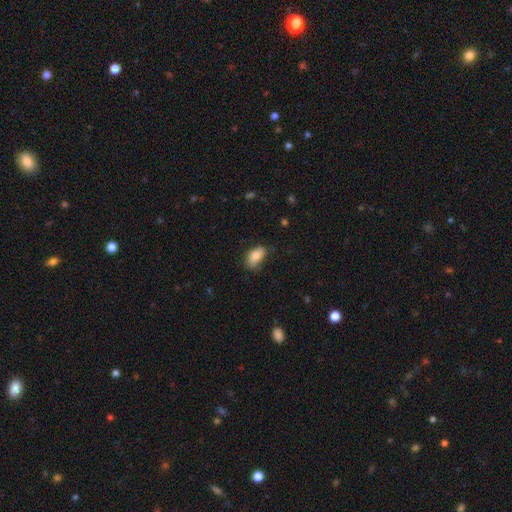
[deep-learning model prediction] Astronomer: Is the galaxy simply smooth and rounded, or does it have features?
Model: smooth — 83%.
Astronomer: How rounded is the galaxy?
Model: in between — 91%.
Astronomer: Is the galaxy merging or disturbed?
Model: none — 65%.